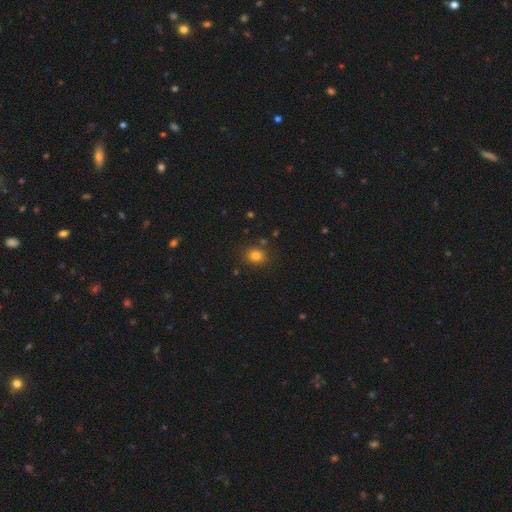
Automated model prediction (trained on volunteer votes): The model was most divided on "how rounded": round: 59%, in between: 40%, cigar-shaped: 1%. More confident: merging — none (84%); smooth or featured — smooth (81%).